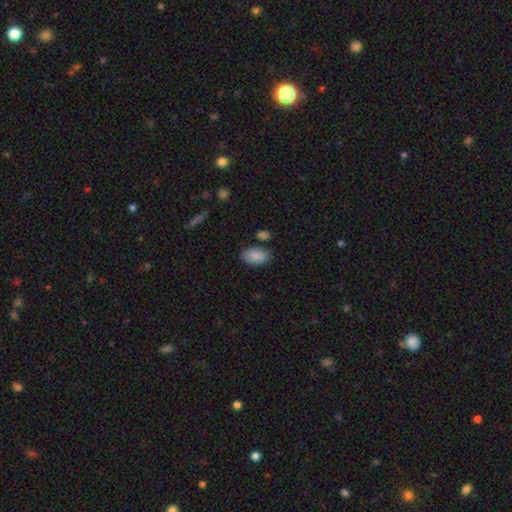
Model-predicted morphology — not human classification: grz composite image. It shows a smooth galaxy with no disk features (88%) that is in between round and cigar-shaped (93%). Merging: none (77%).